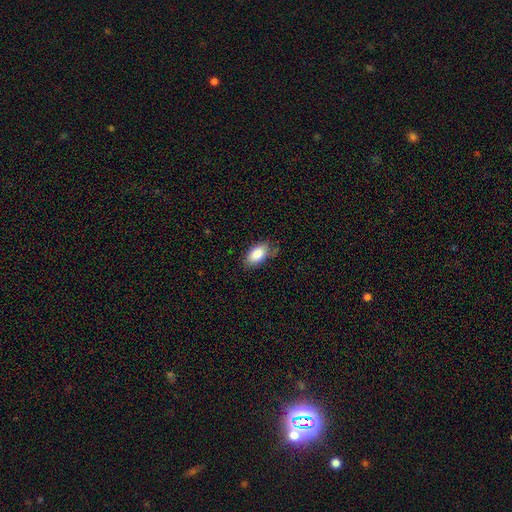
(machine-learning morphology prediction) Smooth or featured: smooth — 85% (featured or disk — 8%)
How rounded: in between — 93% (cigar-shaped — 4%)
Merging: none — 75% (minor disturbance — 20%)